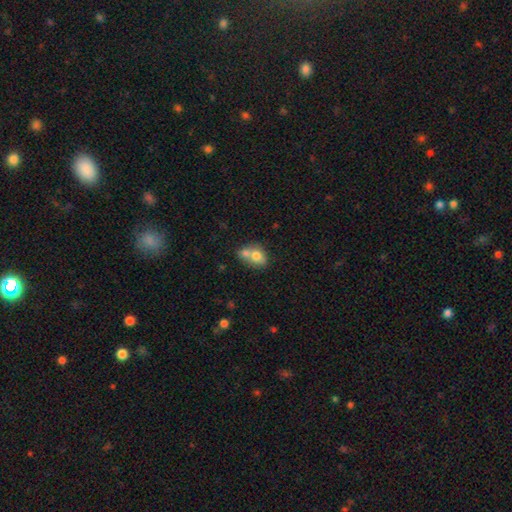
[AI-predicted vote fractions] This appears to be a smooth galaxy with no disk features (72%) that is in between round and cigar-shaped (51%). Merging: merger (61%).